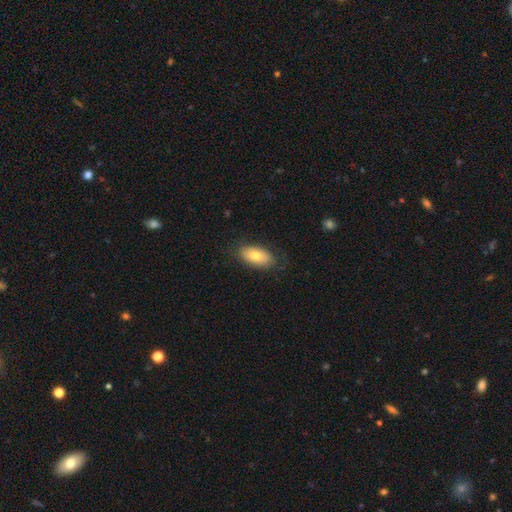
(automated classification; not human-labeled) This appears to be a smooth galaxy with no disk features (75%) that is in between round and cigar-shaped (92%). Merging: none (81%).